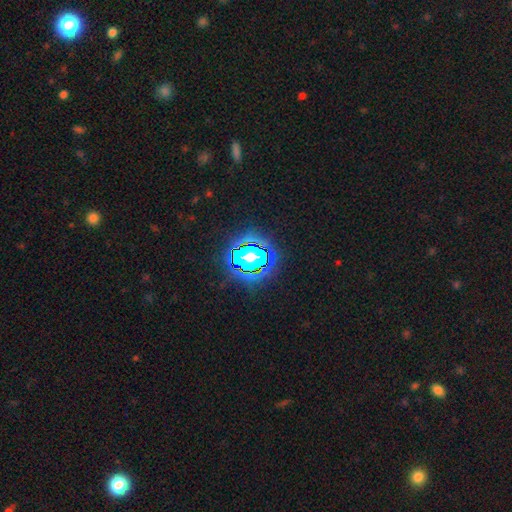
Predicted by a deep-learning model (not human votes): Smooth or featured? Predicted: star or artifact (p=0.59).